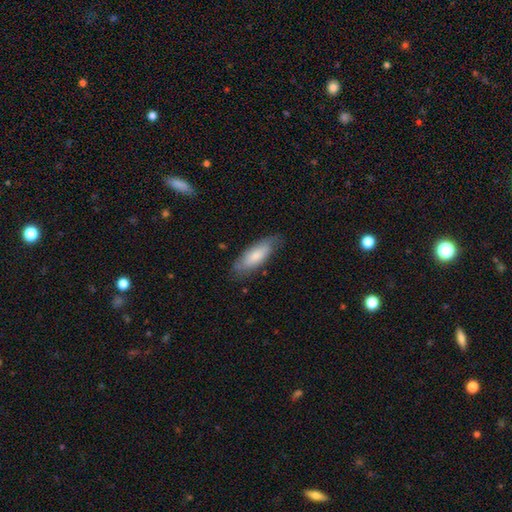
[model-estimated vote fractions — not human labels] Overall: smooth (76%). How rounded: in between (69%; cigar-shaped 30%). Merging: none (74%).